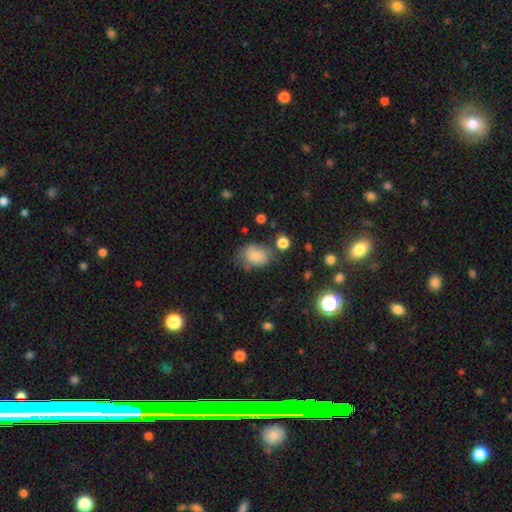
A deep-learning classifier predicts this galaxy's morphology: Smooth or featured? smooth (80%)
How rounded? in between (66%)
Merging? none (56%)